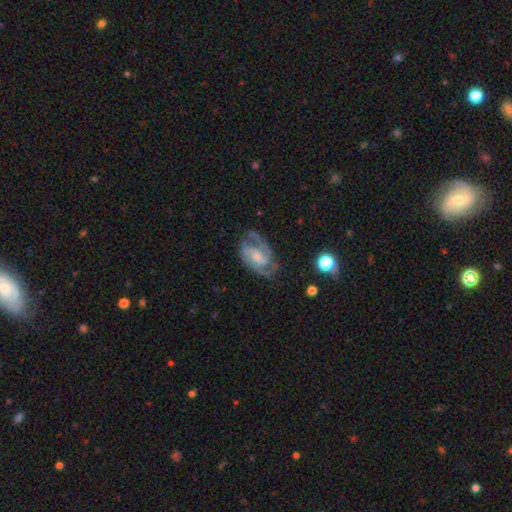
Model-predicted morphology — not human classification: The model was most divided on "bulge size": small: 46%, moderate: 43%, none: 7%, large: 3%, dominant: 1%. Remaining: edge-on disk — no (97%); spiral arms — yes (96%); smooth or featured — featured or disk (84%); merging — none (67%); spiral arm count — 2 (66%); spiral winding — medium (49%); bar — weak (46%).